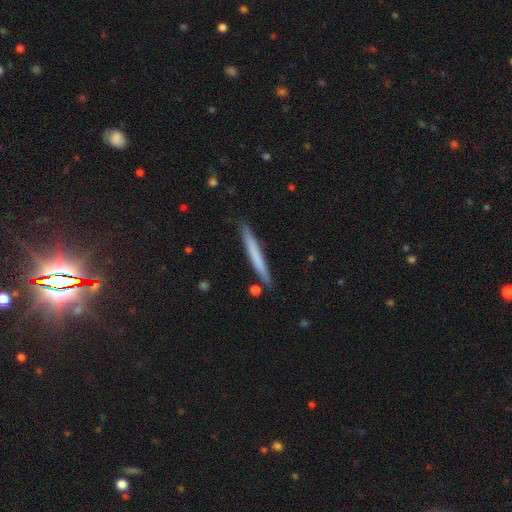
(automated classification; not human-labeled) smooth-or-featured: smooth: 64% | featured or disk: 30% | star or artifact: 5%
  how-rounded: cigar-shaped: 97% | in between: 2% | round: 1%
  merging: none: 87% | minor disturbance: 9% | merger: 2% | major disturbance: 2%